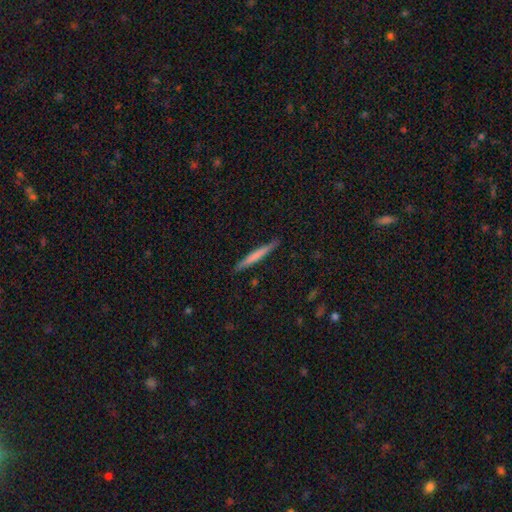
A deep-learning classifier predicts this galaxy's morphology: This appears to be a smooth galaxy with no disk features (61%) that is cigar-shaped (96%). Merging: none (90%).